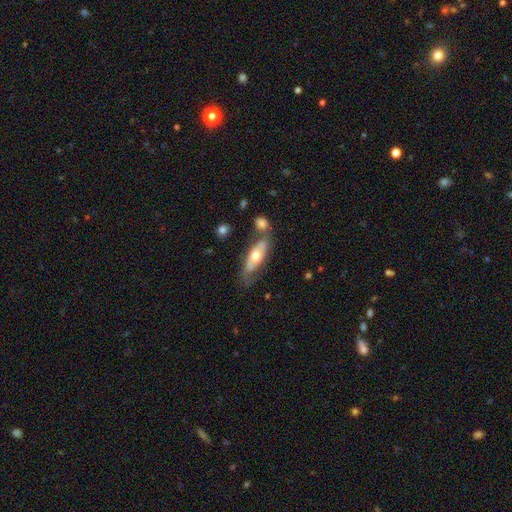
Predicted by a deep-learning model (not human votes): Smooth or featured? Predicted: featured or disk (p=0.50). Merging? Predicted: none (p=0.55).